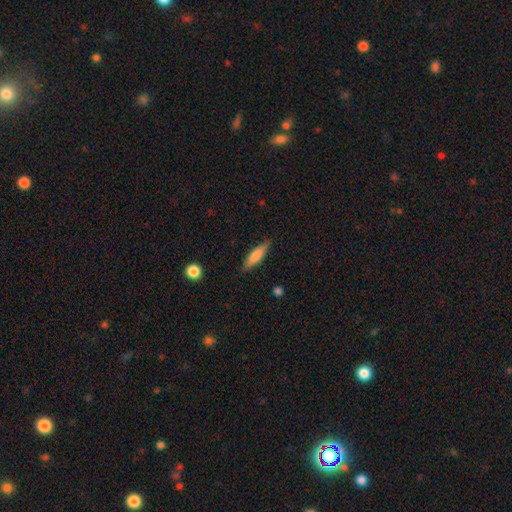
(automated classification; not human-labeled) Smooth or featured: smooth — 69% (featured or disk — 25%)
How rounded: cigar-shaped — 75% (in between — 24%)
Merging: none — 86% (minor disturbance — 11%)